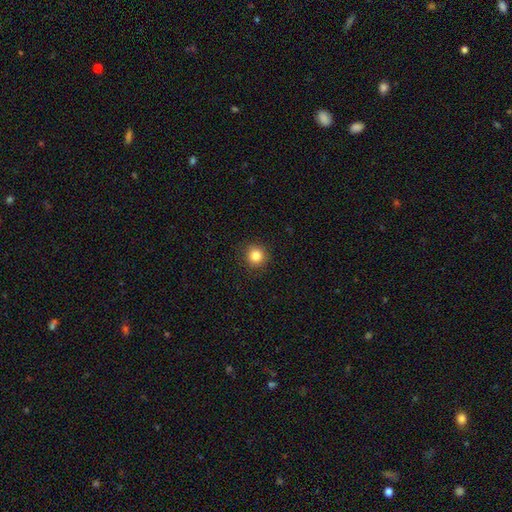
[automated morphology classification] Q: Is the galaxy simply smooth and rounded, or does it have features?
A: smooth — 84%.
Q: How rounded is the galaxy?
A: round — 93%.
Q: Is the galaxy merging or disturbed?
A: none — 90%.